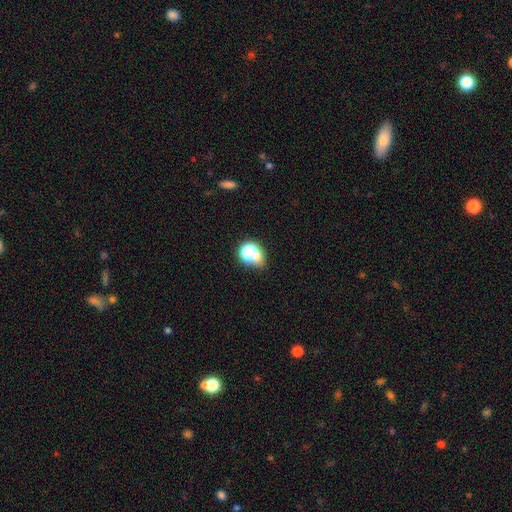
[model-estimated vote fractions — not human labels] Smooth or featured? Predicted: smooth (p=0.61). How rounded? Predicted: round (p=0.60). Merging? Predicted: none (p=0.55).